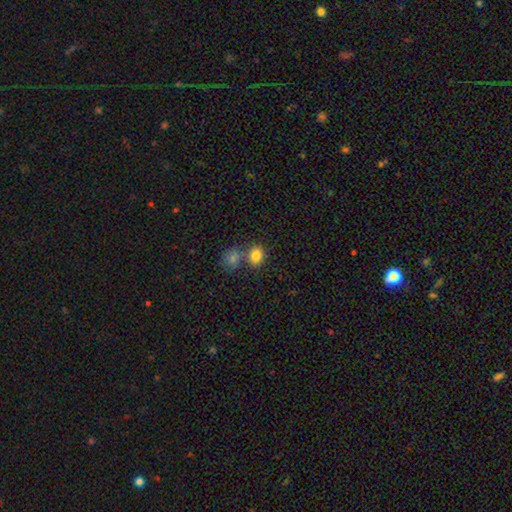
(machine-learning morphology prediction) Smooth or featured? smooth (81%)
How rounded? round (53%)
Merging? none (51%)